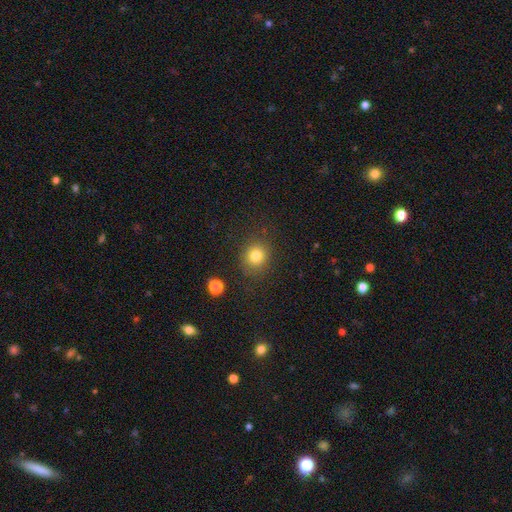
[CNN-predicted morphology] The model was most divided on "how rounded": round: 82%, in between: 17%, cigar-shaped: 1%. More confident: merging — none (83%); smooth or featured — smooth (82%).